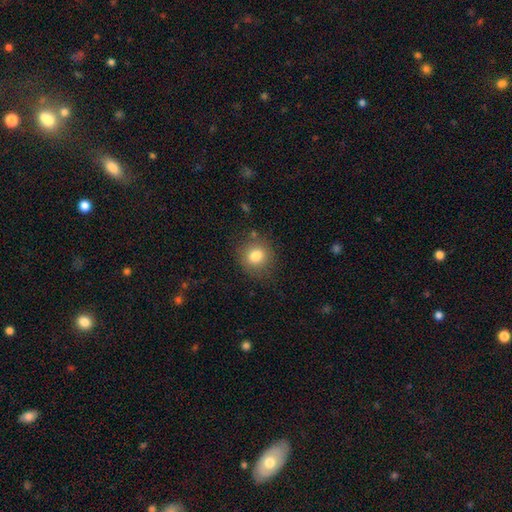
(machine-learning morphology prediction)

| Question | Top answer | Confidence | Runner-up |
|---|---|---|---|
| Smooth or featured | smooth | 81% | star or artifact (11%) |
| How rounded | round | 85% | in between (14%) |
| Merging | none | 83% | minor disturbance (11%) |